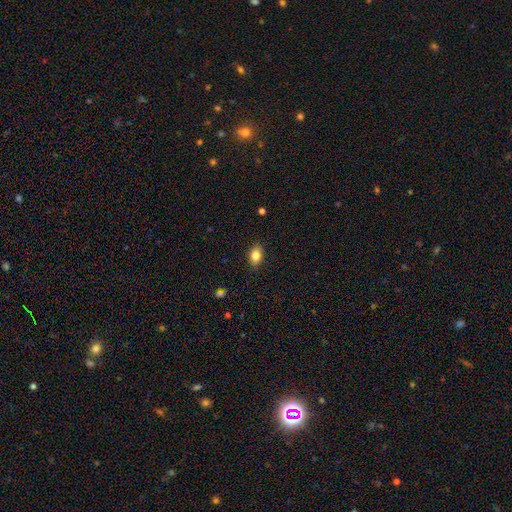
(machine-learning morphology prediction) Smooth or featured? smooth (84%)
How rounded? in between (81%)
Merging? none (86%)